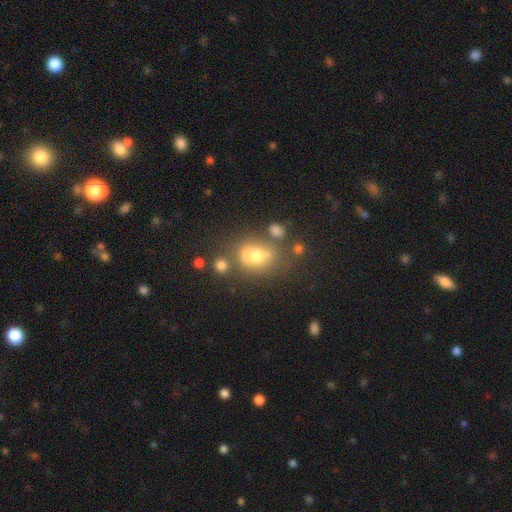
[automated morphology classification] smooth-or-featured: smooth: 56% | featured or disk: 28% | star or artifact: 16%
  how-rounded: round: 50% | in between: 48% | cigar-shaped: 2%
  merging: none: 46% | merger: 25% | minor disturbance: 18% | major disturbance: 11%